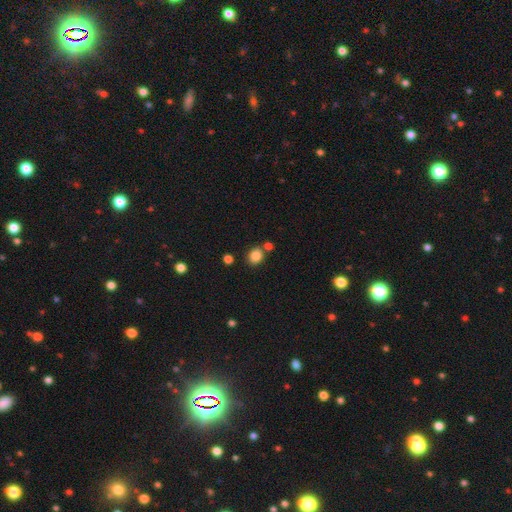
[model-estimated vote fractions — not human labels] This appears to be a smooth galaxy with no disk features (84%) that is round (63%). Merging: none (73%).